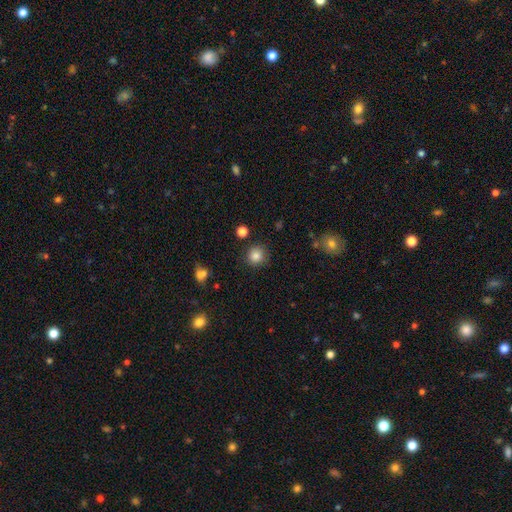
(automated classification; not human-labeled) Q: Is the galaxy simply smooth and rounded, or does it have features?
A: smooth — 84%.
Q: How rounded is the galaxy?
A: round — 92%.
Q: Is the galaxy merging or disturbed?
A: none — 87%.